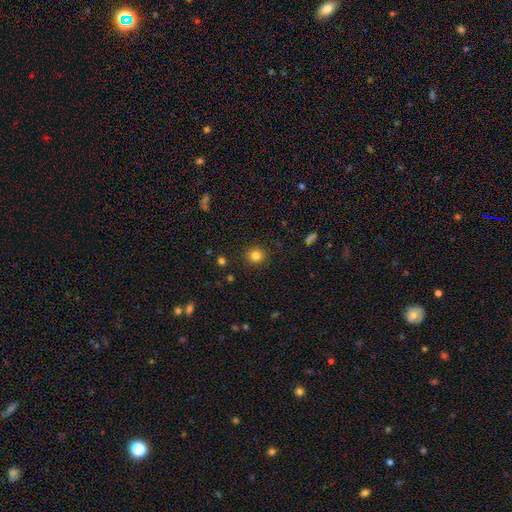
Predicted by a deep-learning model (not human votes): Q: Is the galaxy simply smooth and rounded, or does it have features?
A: smooth — 83%.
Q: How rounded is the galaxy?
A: round — 89%.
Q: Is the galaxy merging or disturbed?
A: none — 90%.